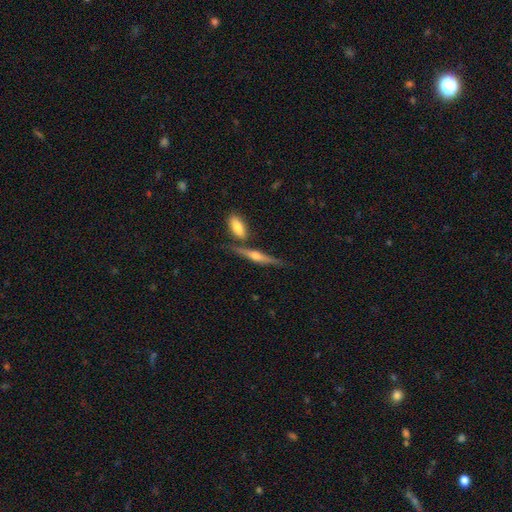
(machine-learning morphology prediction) This appears to be a featured or disk galaxy (69%) viewed edge-on (96%) with a rounded central bulge (85%). Merging: none (72%).